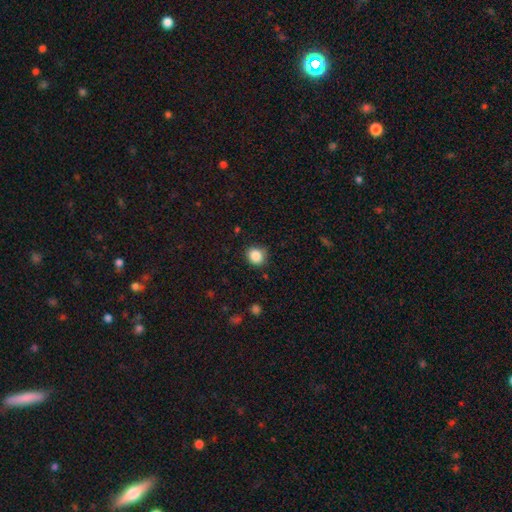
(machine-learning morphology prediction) Q: Smooth or featured?
A: smooth (86%); runner-up: star or artifact (10%)
Q: How rounded?
A: round (81%); runner-up: in between (19%)
Q: Merging?
A: none (82%); runner-up: minor disturbance (14%)